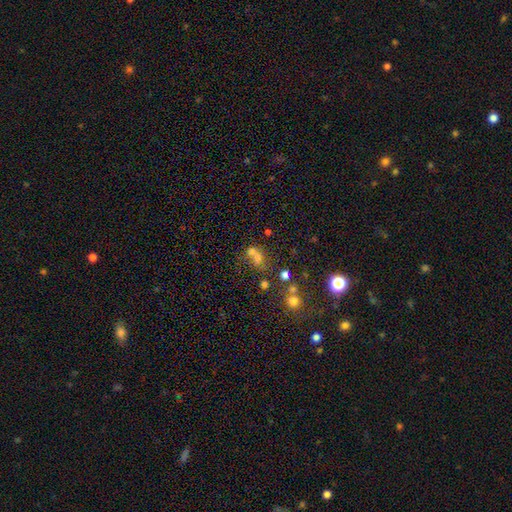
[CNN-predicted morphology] Smooth or featured? Predicted: smooth (p=0.60). How rounded? Predicted: round (p=0.58). Merging? Predicted: merger (p=0.53).